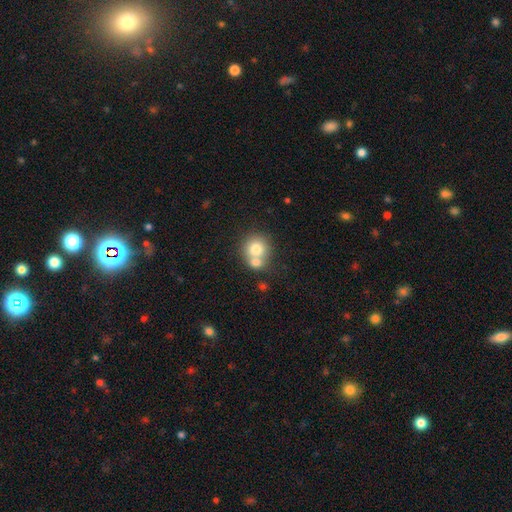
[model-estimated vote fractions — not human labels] This appears to be a smooth galaxy with no disk features (74%) that is round (85%). Merging: merger (48%).